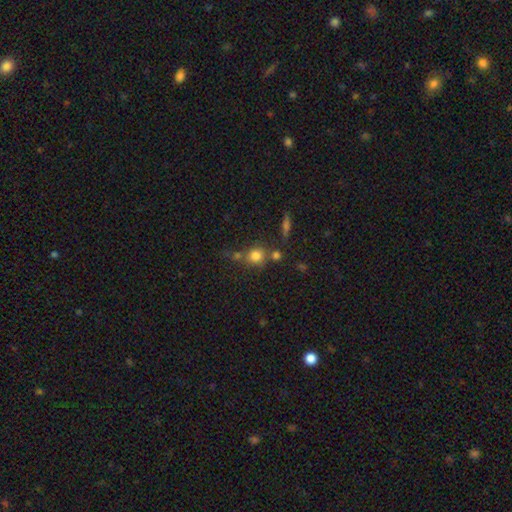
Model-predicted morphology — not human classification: Overall: smooth (78%). How rounded: round (84%). Merging: none (59%; merger 23%).